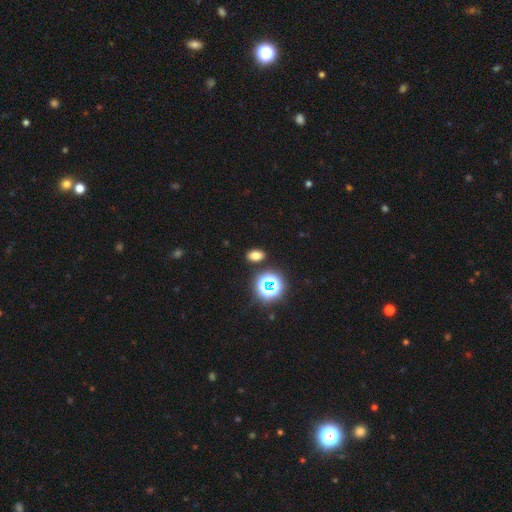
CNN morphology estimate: smooth-or-featured: smooth: 69% | star or artifact: 24% | featured or disk: 8%
  how-rounded: in between: 81% | round: 17% | cigar-shaped: 2%
  merging: none: 87% | minor disturbance: 8% | merger: 3% | major disturbance: 2%